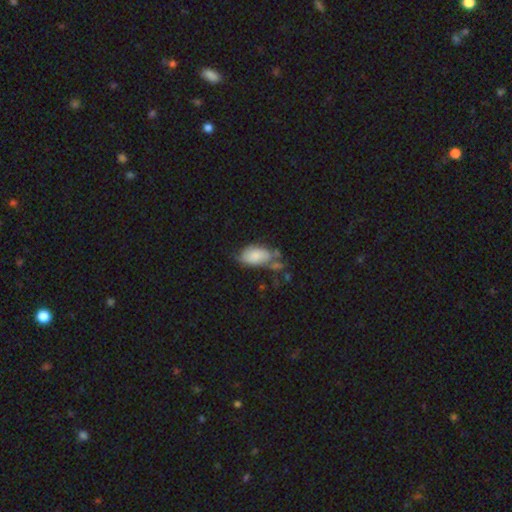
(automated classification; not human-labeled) Morphology: type=smooth (74%); roundness=in between (92%); merging=none (34%).